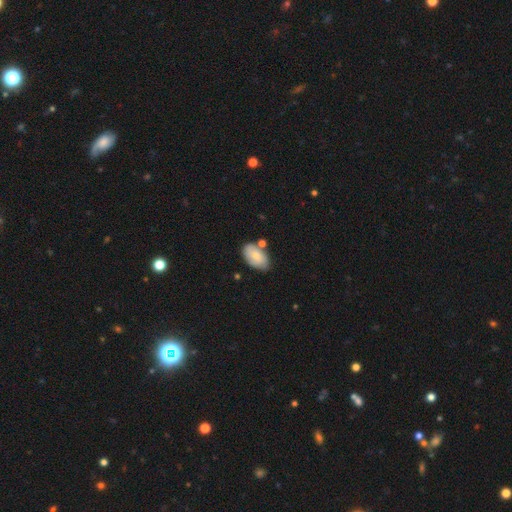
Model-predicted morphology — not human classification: smooth_or_featured: smooth (p=0.71) [alt: featured or disk p=0.23]
how_rounded: in between (p=0.92) [alt: round p=0.07]
merging: none (p=0.63) [alt: minor disturbance p=0.22]